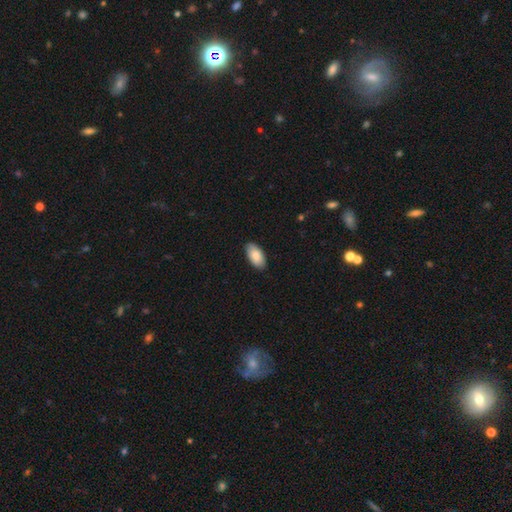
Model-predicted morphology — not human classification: Smooth or featured?
  - smooth: 85% *
  - featured or disk: 9%
  - star or artifact: 6%
How rounded?
  - in between: 95% *
  - cigar-shaped: 3%
  - round: 2%
Merging?
  - none: 88% *
  - minor disturbance: 10%
  - major disturbance: 2%
  - merger: 1%